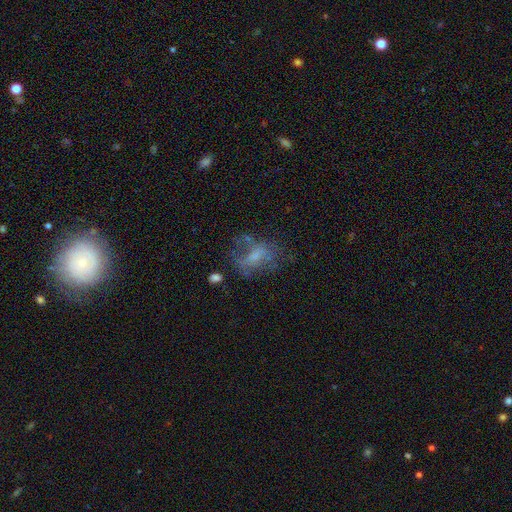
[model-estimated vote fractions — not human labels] The model was most divided on "smooth or featured": featured or disk: 46%, smooth: 40%, star or artifact: 14%. Remaining: merging — none (44%).